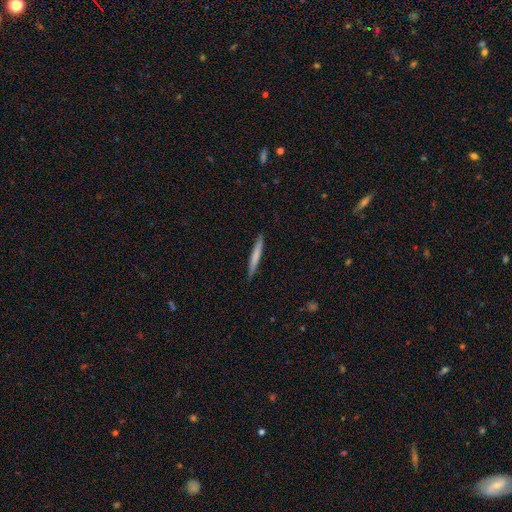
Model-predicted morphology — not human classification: Smooth or featured?
  - smooth: 70% *
  - featured or disk: 25%
  - star or artifact: 5%
How rounded?
  - cigar-shaped: 96% *
  - in between: 3%
  - round: 1%
Merging?
  - none: 90% *
  - minor disturbance: 8%
  - major disturbance: 1%
  - merger: 1%